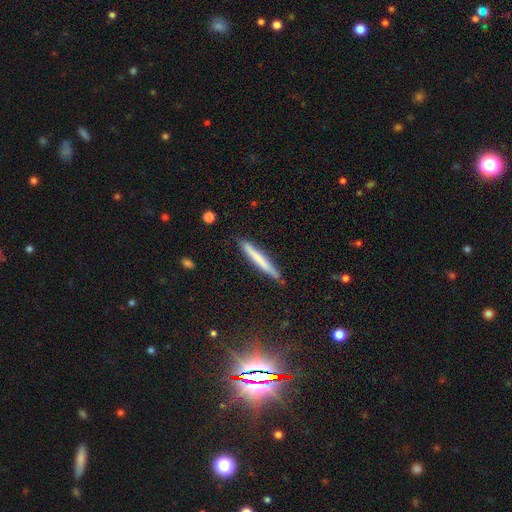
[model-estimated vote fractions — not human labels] The model was most divided on "smooth or featured": smooth: 61%, featured or disk: 31%, star or artifact: 8%. More confident: how rounded — cigar-shaped (96%); merging — none (89%).